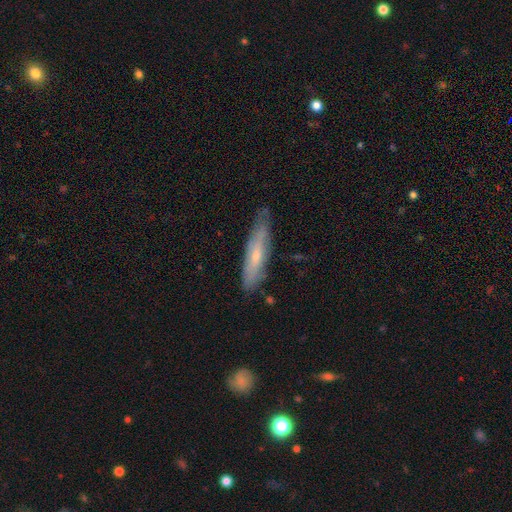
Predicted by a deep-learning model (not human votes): smooth 50%, featured or disk 44%, star or artifact 6%. Down the decision tree: how rounded — cigar-shaped (80%); merging — none (74%).